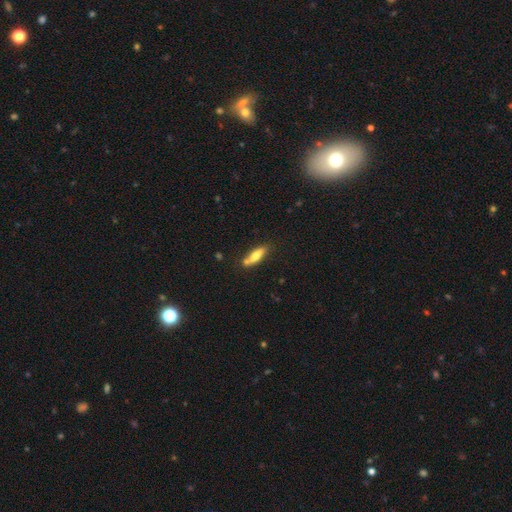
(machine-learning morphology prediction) smooth_or_featured: smooth (p=0.63) [alt: featured or disk p=0.31]
how_rounded: cigar-shaped (p=0.65) [alt: in between p=0.33]
merging: none (p=0.70) [alt: minor disturbance p=0.16]